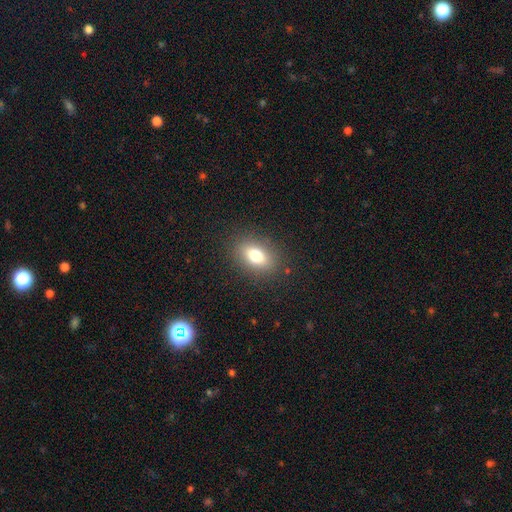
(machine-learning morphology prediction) Q: Smooth or featured?
A: smooth (77%); runner-up: featured or disk (12%)
Q: How rounded?
A: in between (80%); runner-up: round (18%)
Q: Merging?
A: none (87%); runner-up: minor disturbance (9%)